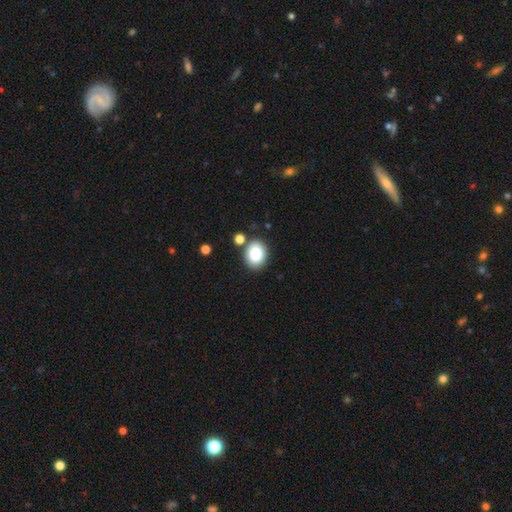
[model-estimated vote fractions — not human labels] A smooth galaxy with no disk features (85%) that is in between round and cigar-shaped (58%). Merging: none (82%).